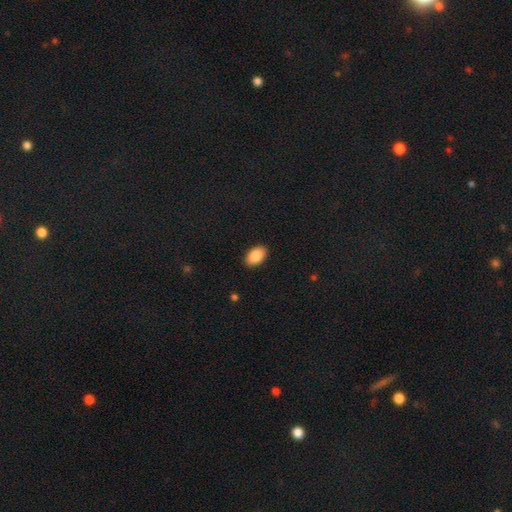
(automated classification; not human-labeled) smooth-or-featured: smooth: 86% | star or artifact: 7% | featured or disk: 7%
  how-rounded: in between: 92% | round: 7% | cigar-shaped: 1%
  merging: none: 89% | minor disturbance: 8% | major disturbance: 2% | merger: 1%